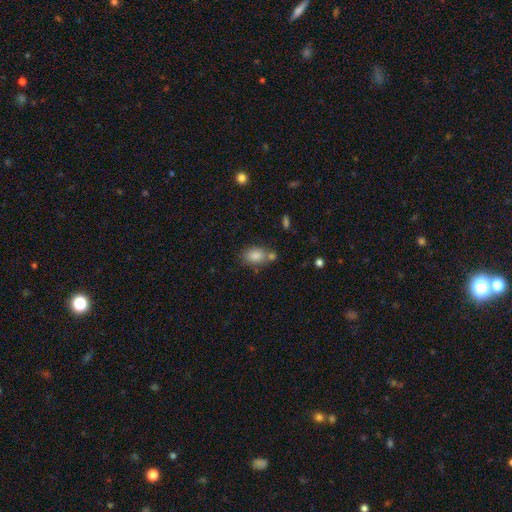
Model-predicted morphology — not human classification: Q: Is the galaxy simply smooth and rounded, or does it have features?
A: smooth — 84%.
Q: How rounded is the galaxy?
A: in between — 82%.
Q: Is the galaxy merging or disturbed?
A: none — 56%.